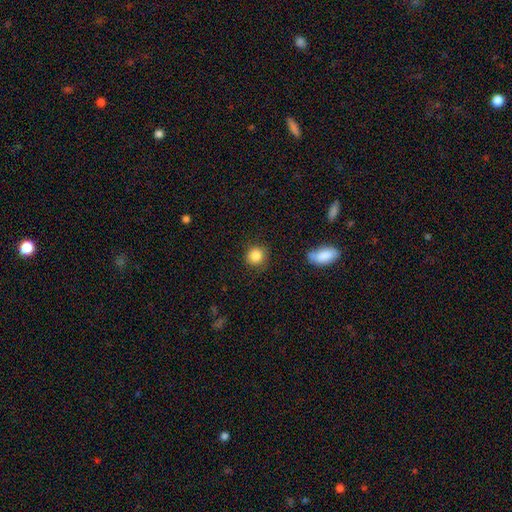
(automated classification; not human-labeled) The model was most divided on "merging": none: 85%, minor disturbance: 10%, major disturbance: 3%, merger: 2%. More confident: how rounded — round (89%); smooth or featured — smooth (85%).